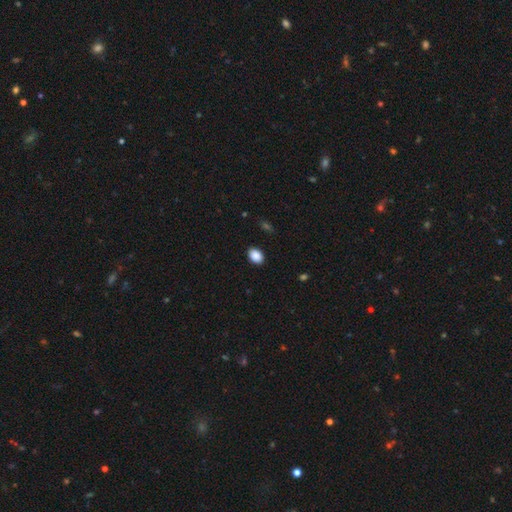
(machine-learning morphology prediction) smooth-or-featured: smooth: 90% | star or artifact: 8% | featured or disk: 3%
  how-rounded: in between: 78% | round: 21% | cigar-shaped: 1%
  merging: none: 89% | minor disturbance: 8% | major disturbance: 2% | merger: 1%